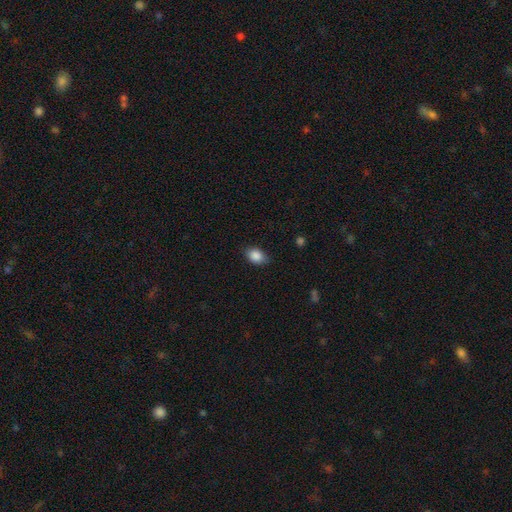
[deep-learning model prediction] smooth 88%, star or artifact 8%, featured or disk 4%. Down the decision tree: how rounded — in between (79%); merging — none (81%).